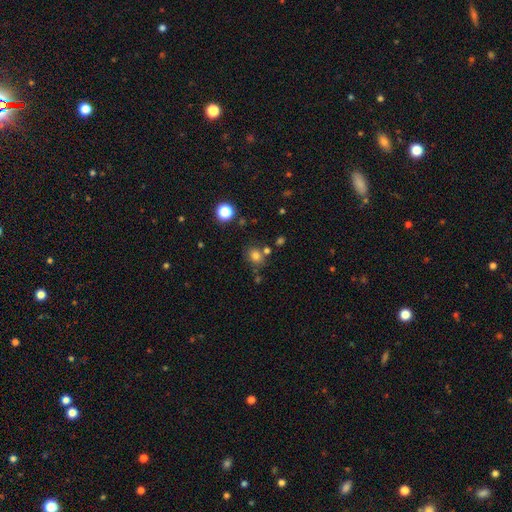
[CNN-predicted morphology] Overall: smooth (76%). How rounded: round (69%; in between 30%). Merging: none (71%).